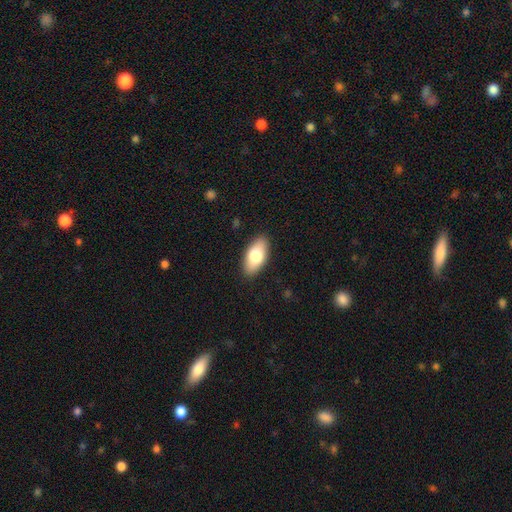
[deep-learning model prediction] Q: Smooth or featured?
A: smooth (76%); runner-up: featured or disk (18%)
Q: How rounded?
A: in between (92%); runner-up: cigar-shaped (6%)
Q: Merging?
A: none (89%); runner-up: minor disturbance (8%)